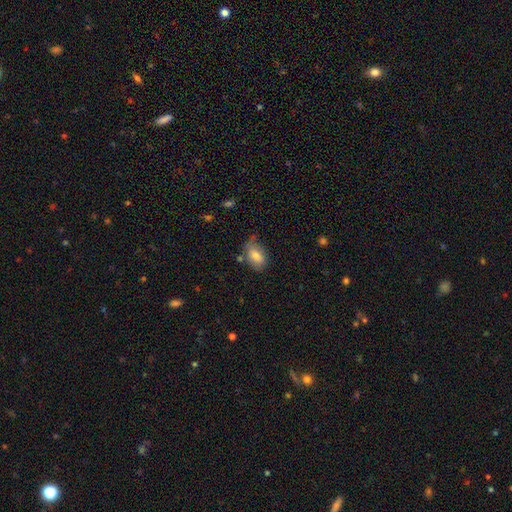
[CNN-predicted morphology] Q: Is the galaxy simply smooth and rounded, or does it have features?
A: smooth — 78%.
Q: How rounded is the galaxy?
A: in between — 87%.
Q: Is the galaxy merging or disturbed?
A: none — 62%.